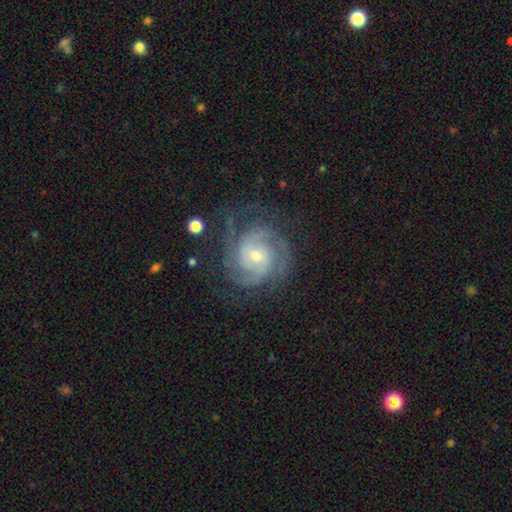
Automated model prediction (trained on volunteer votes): Overall: featured or disk (88%). Edge-on disk: no (98%). Bar: no (58%; weak 35%). Spiral arms: yes (97%). Spiral arm count: 2 (34%; 3 27%). Spiral winding: tight (63%; medium 31%). Bulge size: small (56%; moderate 40%). Merging: none (71%).